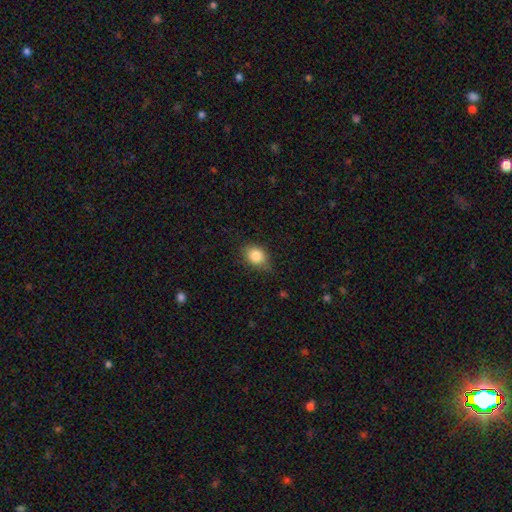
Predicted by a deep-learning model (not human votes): This appears to be a smooth galaxy with no disk features (84%) that is in between round and cigar-shaped (51%). Merging: none (72%).